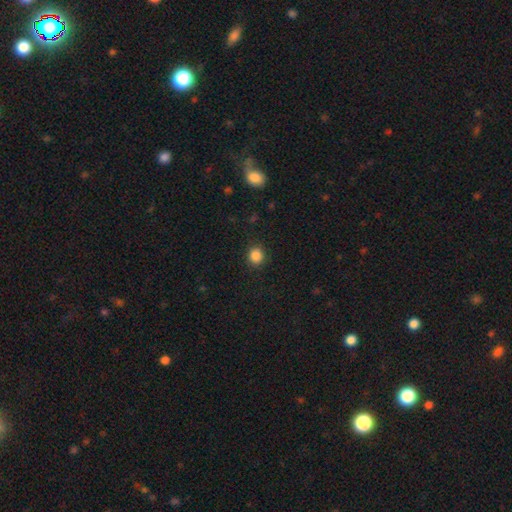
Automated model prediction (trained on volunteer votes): This is clearly a smooth galaxy (86%). How rounded: clearly round (82%). Merging: clearly none (90%).